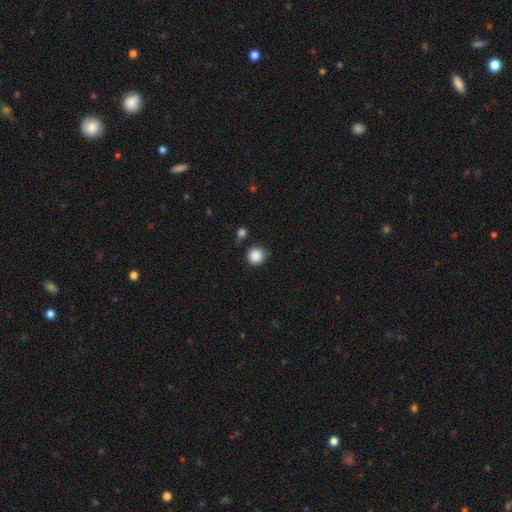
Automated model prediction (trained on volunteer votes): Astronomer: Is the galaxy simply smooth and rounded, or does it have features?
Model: smooth — 88%.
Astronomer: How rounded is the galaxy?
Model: round — 94%.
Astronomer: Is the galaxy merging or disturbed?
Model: none — 82%.